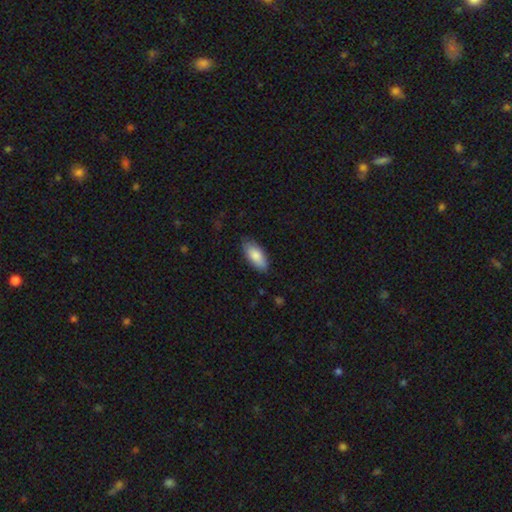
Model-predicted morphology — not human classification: This appears to be a smooth galaxy with no disk features (84%) that is in between round and cigar-shaped (86%). Merging: none (82%).